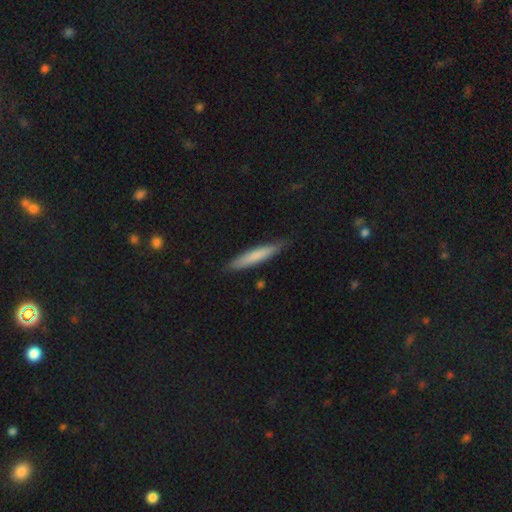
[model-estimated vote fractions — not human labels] Smooth or featured? smooth (74%)
How rounded? cigar-shaped (92%)
Merging? none (86%)